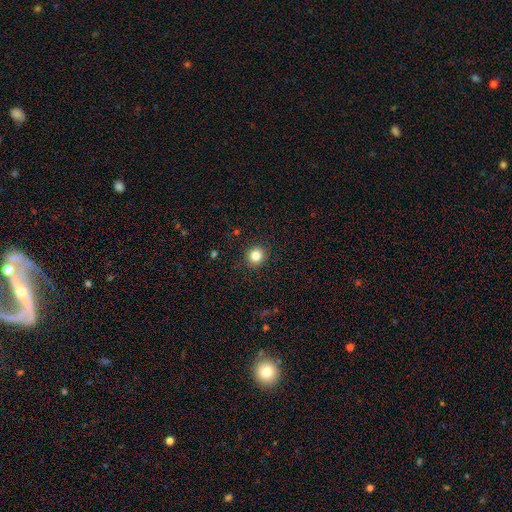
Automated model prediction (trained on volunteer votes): A smooth galaxy with no disk features (83%) that is round (91%).

Vote fractions:
- Smooth or featured? smooth: 83% / star or artifact: 11% / featured or disk: 6%
- How rounded? round: 91% / in between: 8% / cigar-shaped: 1%
- Merging? none: 91% / minor disturbance: 6% / major disturbance: 2% / merger: 1%